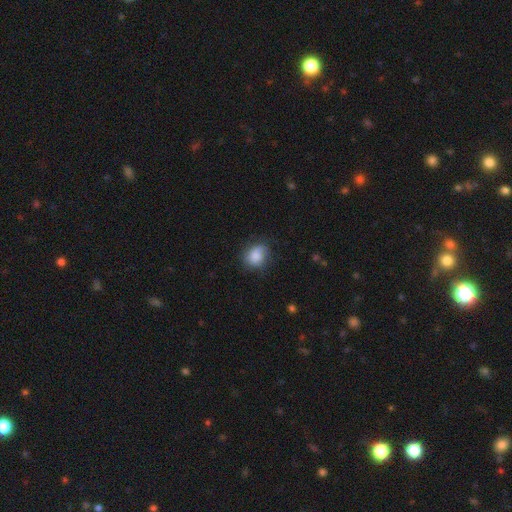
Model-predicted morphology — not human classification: Overall: smooth (80%). How rounded: round (58%; in between 40%). Merging: none (64%; minor disturbance 26%).